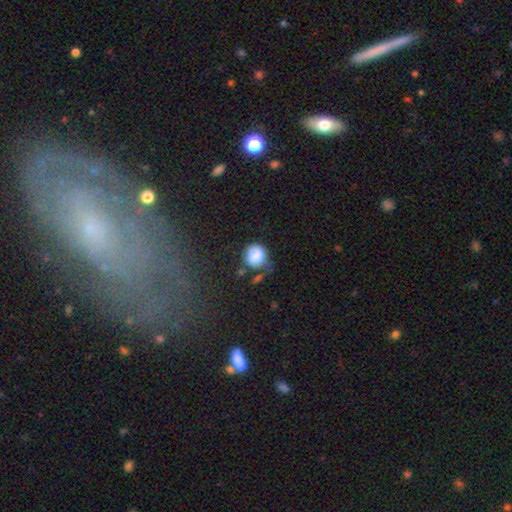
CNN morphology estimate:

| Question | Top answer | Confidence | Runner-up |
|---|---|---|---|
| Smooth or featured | smooth | 81% | featured or disk (10%) |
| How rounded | round | 76% | in between (23%) |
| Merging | none | 43% | minor disturbance (32%) |